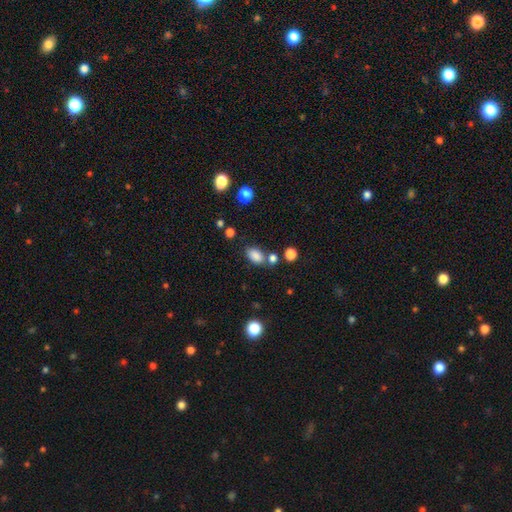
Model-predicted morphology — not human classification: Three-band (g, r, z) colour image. It shows a smooth galaxy with no disk features (84%) that is in between round and cigar-shaped (88%). Merging: none (68%).